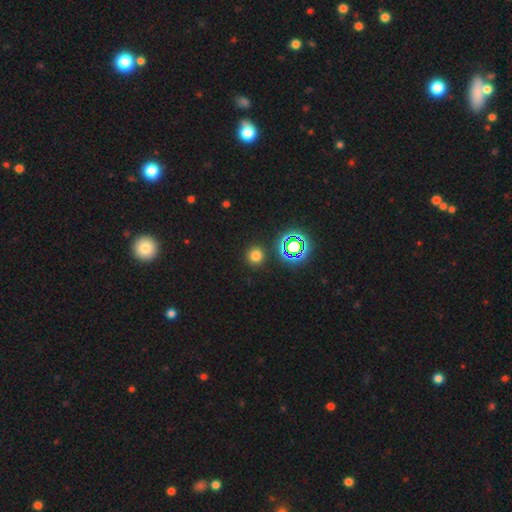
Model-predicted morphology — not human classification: This is likely a smooth galaxy (71%). How rounded: clearly round (93%). Merging: clearly none (90%).